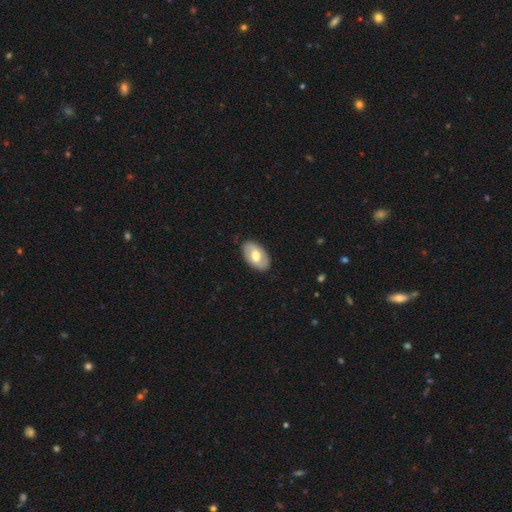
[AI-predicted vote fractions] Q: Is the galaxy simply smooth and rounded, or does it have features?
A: smooth — 55%.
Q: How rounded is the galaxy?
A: in between — 93%.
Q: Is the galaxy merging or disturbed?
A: none — 86%.